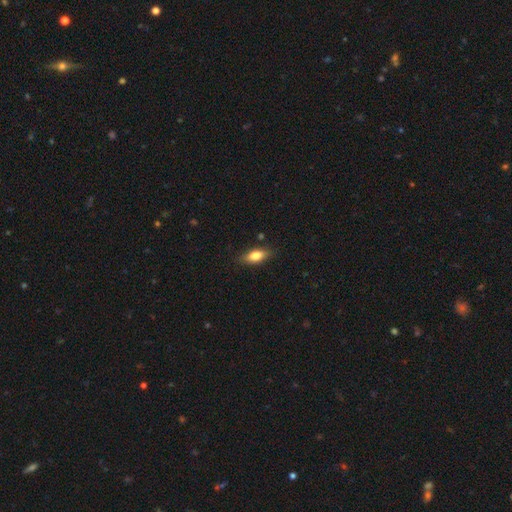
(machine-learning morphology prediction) Overall: smooth (77%). How rounded: in between (78%). Merging: none (83%).